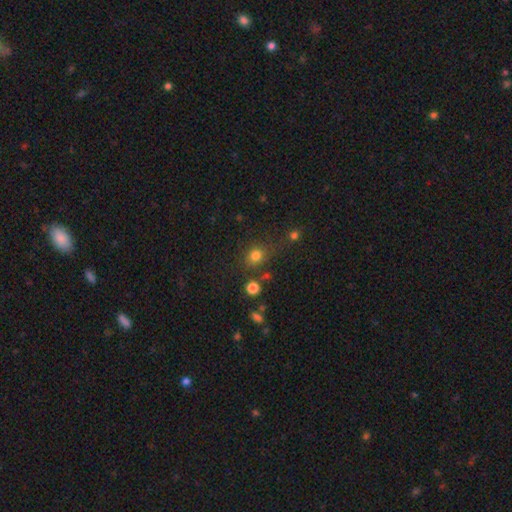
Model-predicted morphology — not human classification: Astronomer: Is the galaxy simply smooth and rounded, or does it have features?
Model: smooth — 77%.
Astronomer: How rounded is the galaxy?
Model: round — 72%.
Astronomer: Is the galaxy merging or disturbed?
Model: none — 69%.